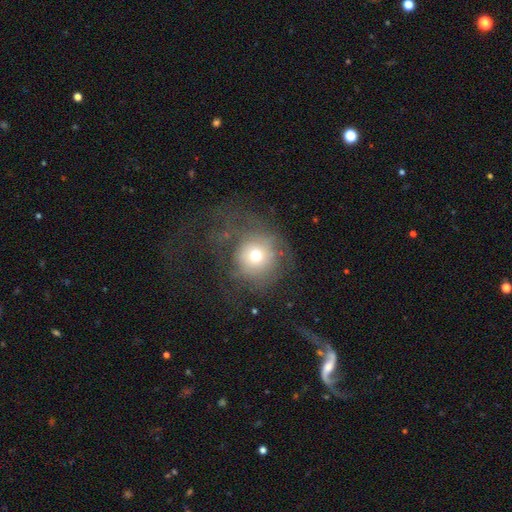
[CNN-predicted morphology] This appears to be a smooth galaxy with no disk features (58%) that is round (91%). Merging: none (45%).